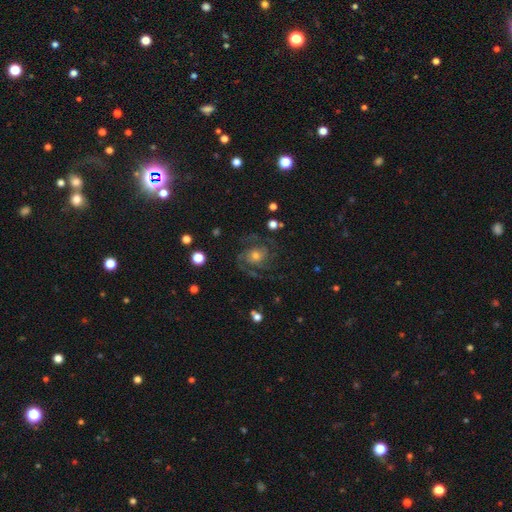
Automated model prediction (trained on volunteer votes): Overall: featured or disk (81%). Edge-on disk: no (98%). Bar: no (73%). Spiral arms: yes (96%). Spiral arm count: 2 (47%; 3 22%). Spiral winding: medium (47%; tight 40%). Bulge size: moderate (55%; small 33%). Merging: none (74%).